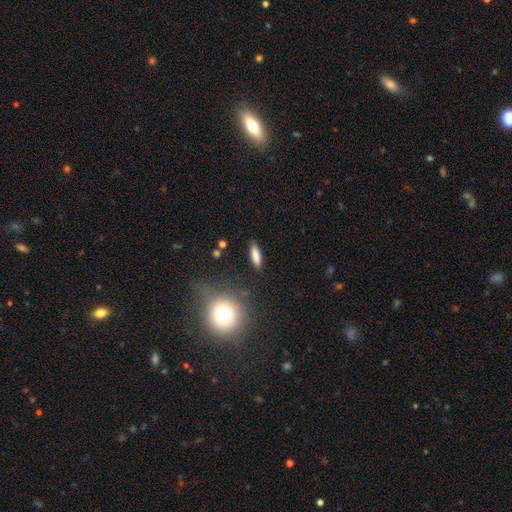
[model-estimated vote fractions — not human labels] smooth-or-featured: smooth: 82% | featured or disk: 10% | star or artifact: 8%
  how-rounded: cigar-shaped: 49% | in between: 48% | round: 3%
  merging: none: 86% | minor disturbance: 10% | major disturbance: 3% | merger: 2%